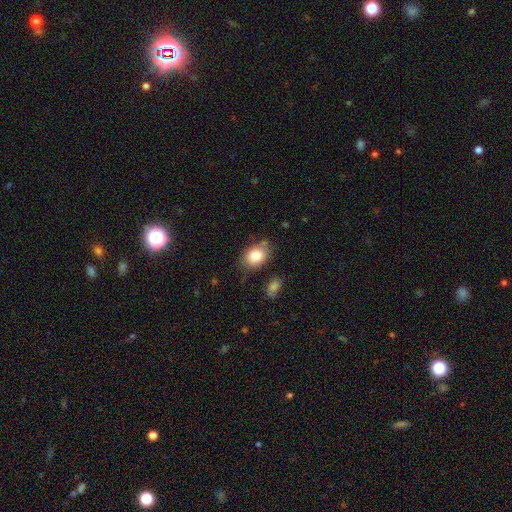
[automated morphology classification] type=smooth (81%); roundness=in between (75%); merging=none (70%).